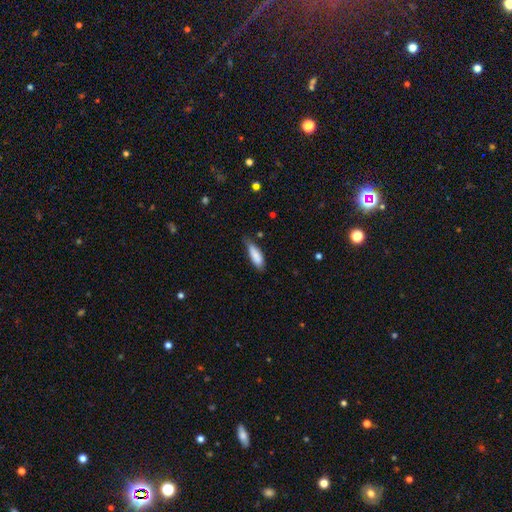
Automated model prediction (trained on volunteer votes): Smooth or featured? smooth (85%)
How rounded? in between (53%)
Merging? none (60%)